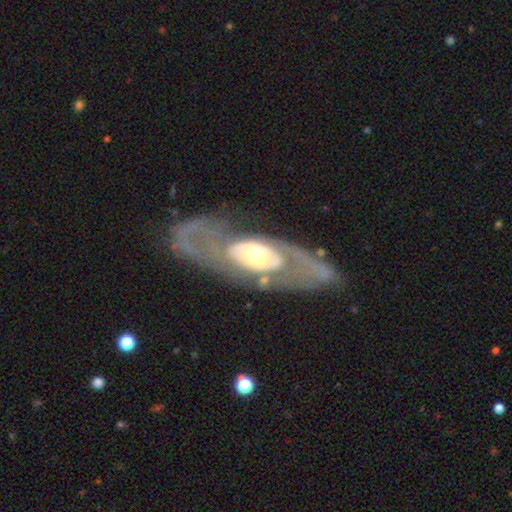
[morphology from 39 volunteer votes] Smooth or featured? 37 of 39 (95%) said featured or disk. Edge-on disk? 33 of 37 (89%) said no. Bar? 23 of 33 (70%) said no. Spiral arms? 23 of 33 (70%) said yes. Spiral winding? 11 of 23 (48%) said tight. Spiral arm count? 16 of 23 (70%) said 2. Bulge size? 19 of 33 (58%) said moderate. Merging? 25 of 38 (66%) said none.